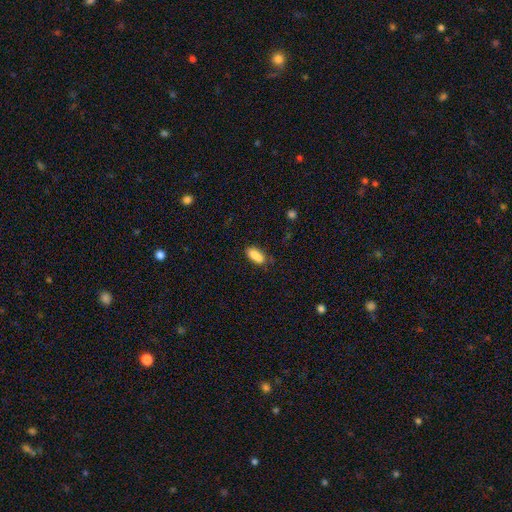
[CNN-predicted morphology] Overall: smooth (83%). How rounded: in between (86%). Merging: none (55%; minor disturbance 22%).